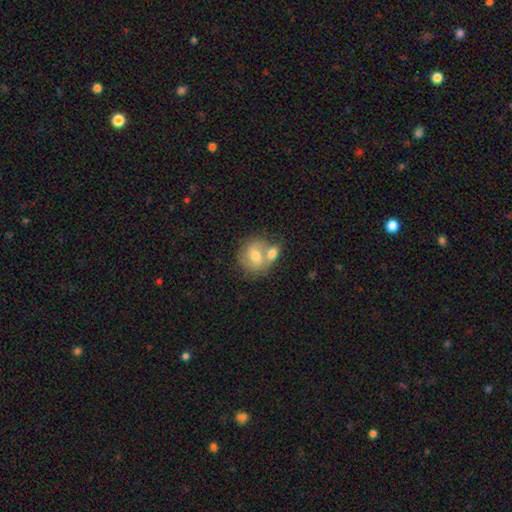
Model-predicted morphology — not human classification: Smooth or featured?
  - smooth: 63% *
  - featured or disk: 30%
  - star or artifact: 7%
How rounded?
  - round: 63% *
  - in between: 36%
  - cigar-shaped: 1%
Merging?
  - merger: 53% *
  - none: 32%
  - minor disturbance: 10%
  - major disturbance: 4%